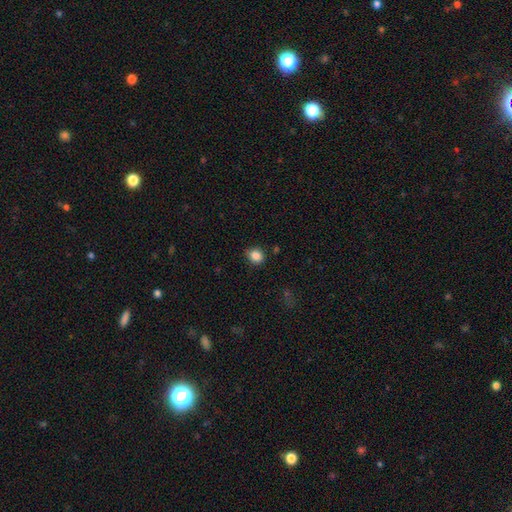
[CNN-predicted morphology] This is clearly a smooth galaxy (86%). How rounded: likely round (71%). Merging: likely none (80%).